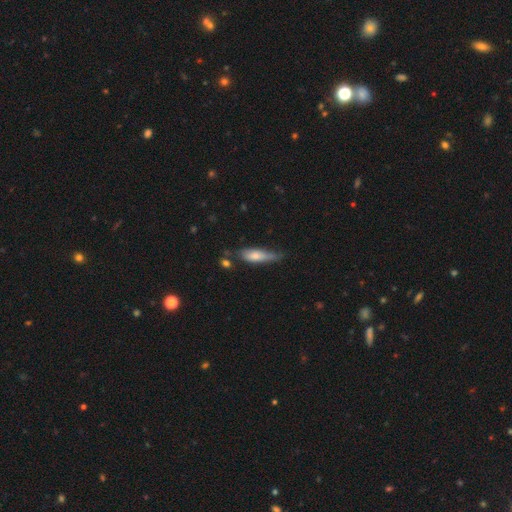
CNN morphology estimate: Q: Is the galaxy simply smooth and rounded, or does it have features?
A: smooth — 69%.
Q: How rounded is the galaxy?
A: cigar-shaped — 56%.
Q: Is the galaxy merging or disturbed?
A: none — 48%.